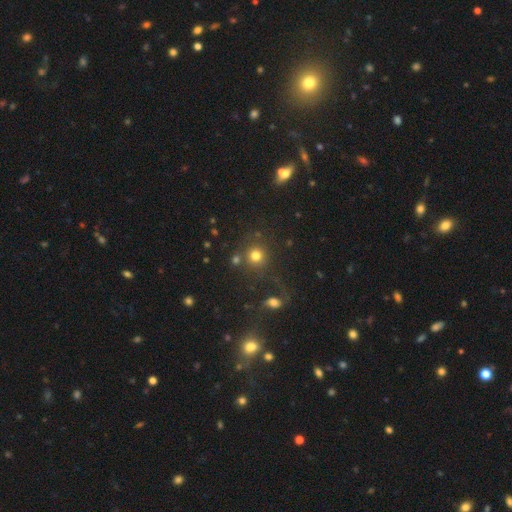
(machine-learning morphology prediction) Smooth or featured? Predicted: smooth (p=0.75). How rounded? Predicted: round (p=0.92). Merging? Predicted: none (p=0.74).